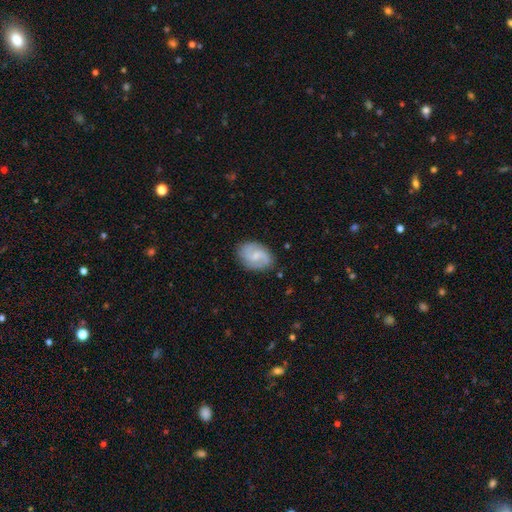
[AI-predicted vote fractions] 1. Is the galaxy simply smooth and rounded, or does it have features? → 72% featured or disk, 22% smooth, 6% star or artifact.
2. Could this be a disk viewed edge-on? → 98% no, 2% yes.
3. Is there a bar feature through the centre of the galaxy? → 48% weak, 45% no, 7% strong.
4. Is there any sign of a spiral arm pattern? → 94% yes, 6% no.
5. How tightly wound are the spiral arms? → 49% medium, 29% loose, 23% tight.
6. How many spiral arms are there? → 80% 2, 8% can't tell, 6% 3, 2% 1, 2% 4, 2% more than 4.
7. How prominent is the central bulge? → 55% small, 32% moderate, 11% none, 2% large, 1% dominant.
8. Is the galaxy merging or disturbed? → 80% none, 15% minor disturbance, 4% major disturbance, 1% merger.